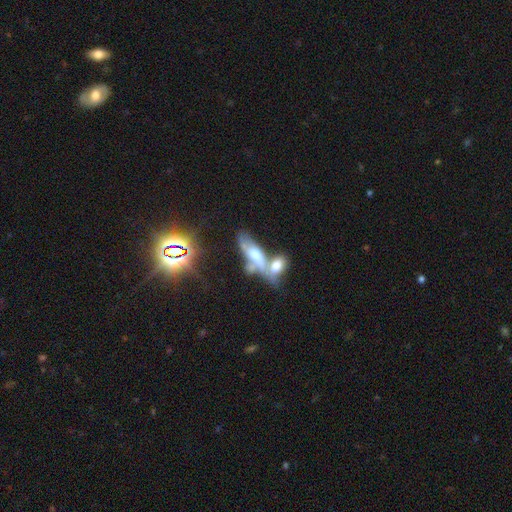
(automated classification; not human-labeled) Smooth or featured? smooth (43%)
Merging? merger (57%)